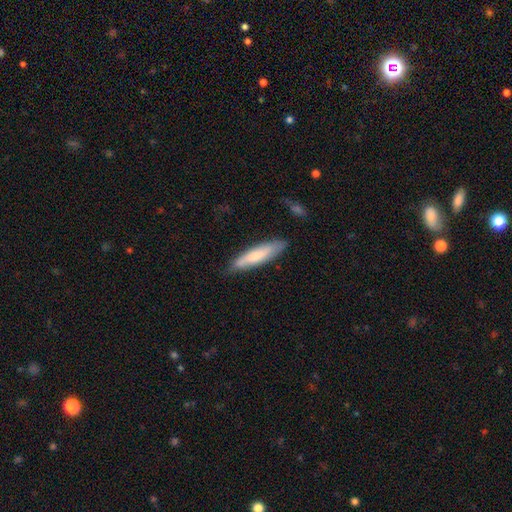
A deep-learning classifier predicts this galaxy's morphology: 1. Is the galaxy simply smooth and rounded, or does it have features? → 69% smooth, 26% featured or disk, 6% star or artifact.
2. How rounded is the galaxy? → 79% cigar-shaped, 20% in between, 1% round.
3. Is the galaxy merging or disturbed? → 81% none, 15% minor disturbance, 2% major disturbance, 1% merger.